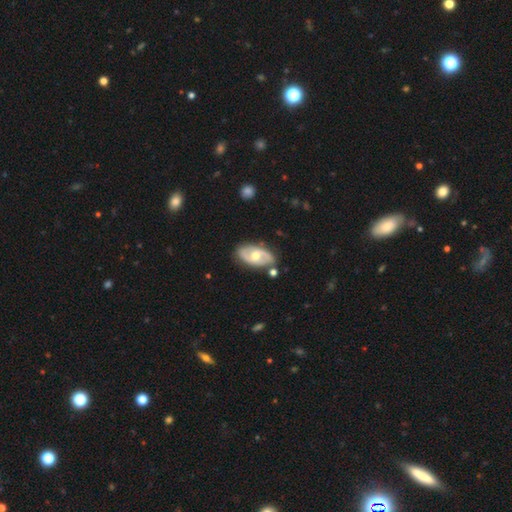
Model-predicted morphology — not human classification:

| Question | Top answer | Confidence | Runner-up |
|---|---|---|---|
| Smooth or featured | featured or disk | 69% | smooth (26%) |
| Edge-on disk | no | 93% | yes (7%) |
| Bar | no | 53% | weak (36%) |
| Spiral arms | yes | 76% | no (24%) |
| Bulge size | moderate | 73% | small (19%) |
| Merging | none | 78% | minor disturbance (15%) |